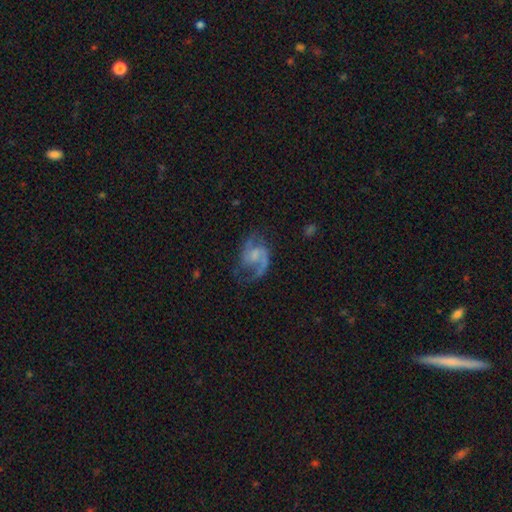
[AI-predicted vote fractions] Overall: featured or disk (84%). Edge-on disk: no (98%). Bar: no (48%; weak 44%). Spiral arms: yes (95%). Spiral arm count: 2 (82%). Spiral winding: medium (53%; loose 32%). Bulge size: small (35%; none 34%). Merging: none (62%).